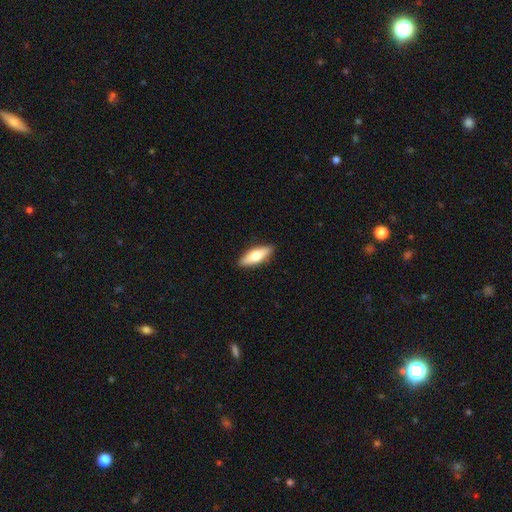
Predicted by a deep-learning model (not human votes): Smooth or featured?
  - smooth: 67% *
  - featured or disk: 27%
  - star or artifact: 6%
How rounded?
  - in between: 60% *
  - cigar-shaped: 38%
  - round: 2%
Merging?
  - none: 89% *
  - minor disturbance: 8%
  - major disturbance: 2%
  - merger: 1%